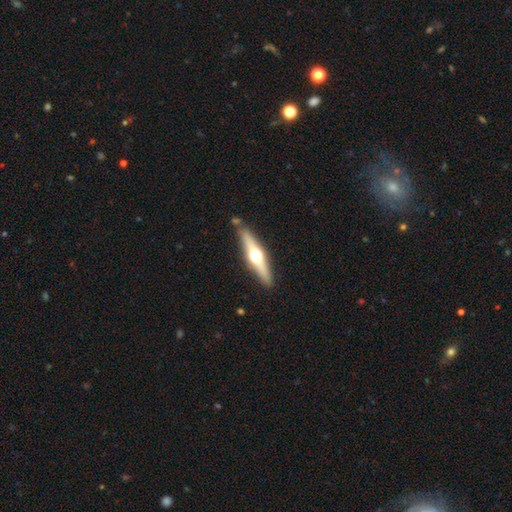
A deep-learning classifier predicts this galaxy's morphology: A featured or disk galaxy (66%) viewed edge-on (96%) with a rounded central bulge (96%). Merging: none (85%).